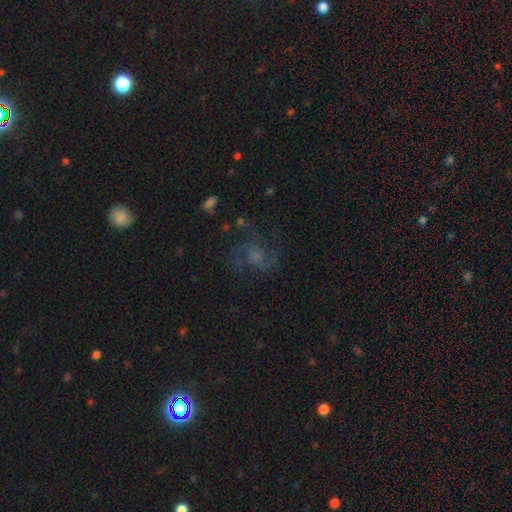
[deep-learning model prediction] Overall: featured or disk (58%; smooth 22%). Edge-on disk: no (97%). Bar: no (68%). Spiral arms: yes (84%). Bulge size: small (35%; moderate 30%). Merging: none (64%).